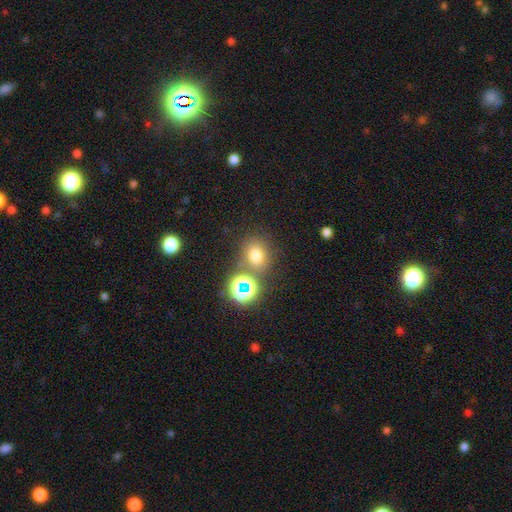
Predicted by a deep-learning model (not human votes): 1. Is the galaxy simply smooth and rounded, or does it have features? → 68% smooth, 24% star or artifact, 9% featured or disk.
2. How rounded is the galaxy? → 71% round, 28% in between, 1% cigar-shaped.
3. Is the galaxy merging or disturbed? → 71% none, 14% merger, 11% minor disturbance, 5% major disturbance.